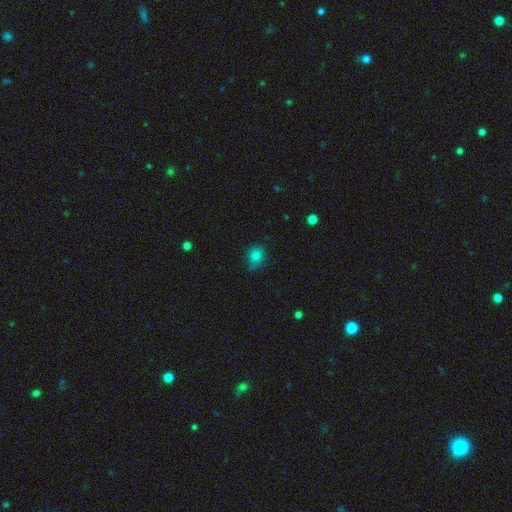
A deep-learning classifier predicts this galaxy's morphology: smooth 82%, star or artifact 12%, featured or disk 6%. Down the decision tree: how rounded — round (63%); merging — none (74%).